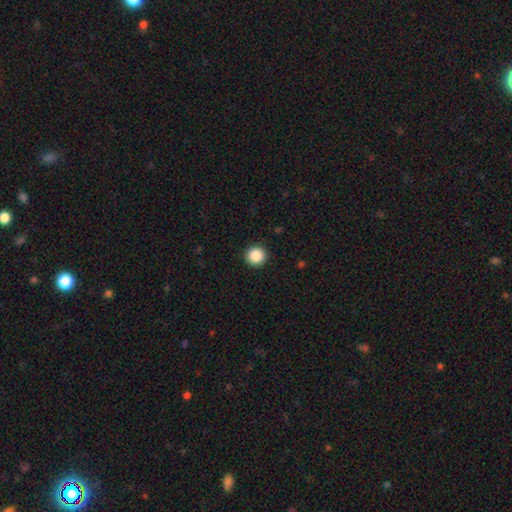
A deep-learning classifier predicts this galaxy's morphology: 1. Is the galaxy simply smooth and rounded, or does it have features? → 87% smooth, 10% star or artifact, 3% featured or disk.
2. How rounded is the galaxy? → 96% round, 3% in between, 1% cigar-shaped.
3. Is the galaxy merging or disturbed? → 93% none, 5% minor disturbance, 2% major disturbance, 1% merger.